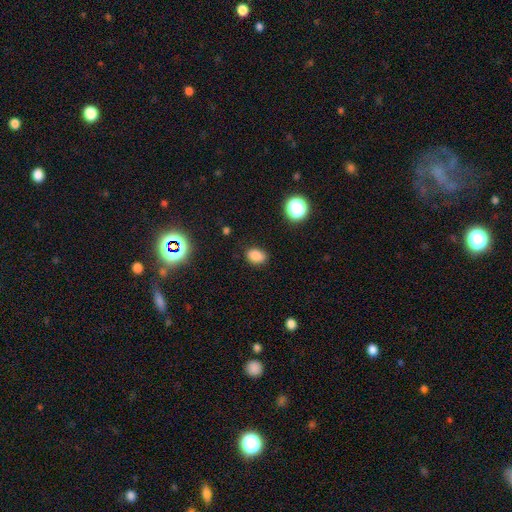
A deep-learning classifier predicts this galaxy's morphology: Smooth or featured? smooth (83%)
How rounded? in between (73%)
Merging? none (84%)